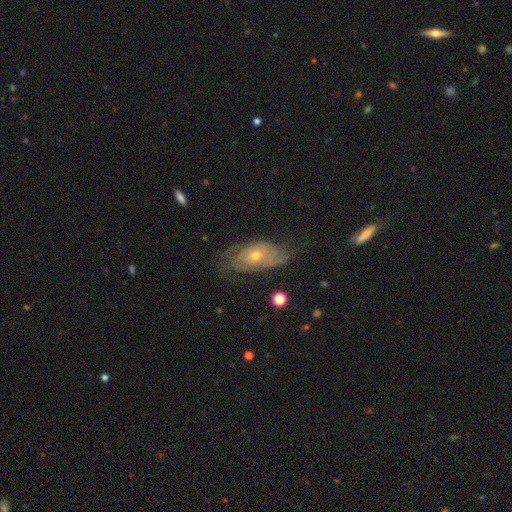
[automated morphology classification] featured or disk 76%, smooth 17%, star or artifact 7%. Down the decision tree: edge-on disk — no (92%); bar — no (80%); spiral arms — yes (85%); spiral arm count — 2 (39%); spiral winding — tight (50%); bulge size — small (54%); merging — none (58%).